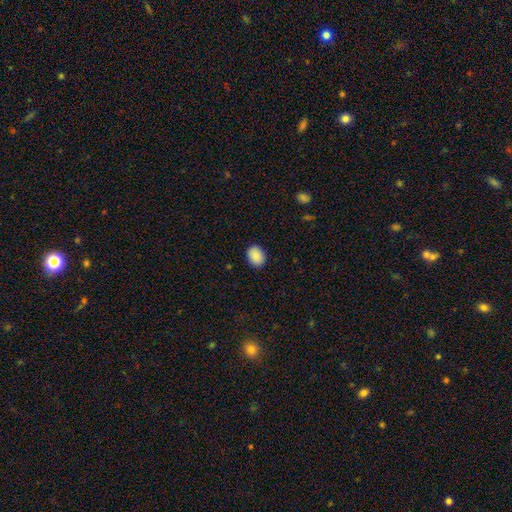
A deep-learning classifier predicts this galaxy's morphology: Overall: smooth (90%). How rounded: in between (63%; round 36%). Merging: none (89%).